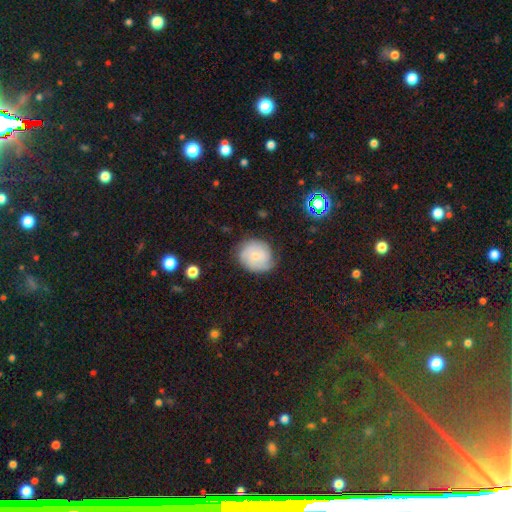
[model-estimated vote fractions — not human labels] The model was most divided on "spiral arm count": can't tell: 35%, 2: 30%, 3: 20%, 4: 6%, 1: 6%, more than 4: 4%. More confident: edge-on disk — no (98%); spiral arms — yes (90%); merging — none (73%); bar — no (68%); bulge size — small (64%); spiral winding — tight (63%); smooth or featured — featured or disk (59%).